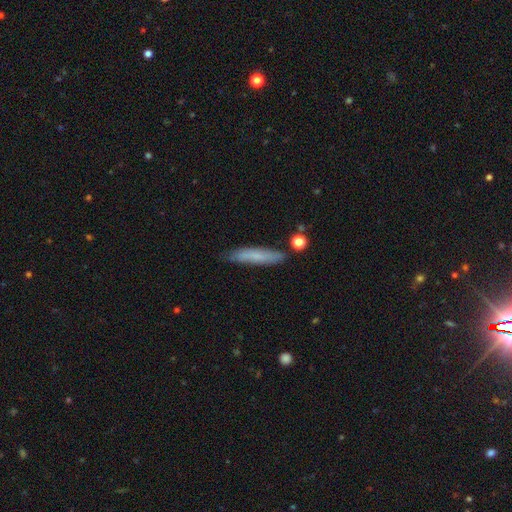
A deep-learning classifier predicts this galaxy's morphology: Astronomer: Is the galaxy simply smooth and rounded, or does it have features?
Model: smooth — 69%.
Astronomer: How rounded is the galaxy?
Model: cigar-shaped — 88%.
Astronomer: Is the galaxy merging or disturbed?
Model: none — 77%.